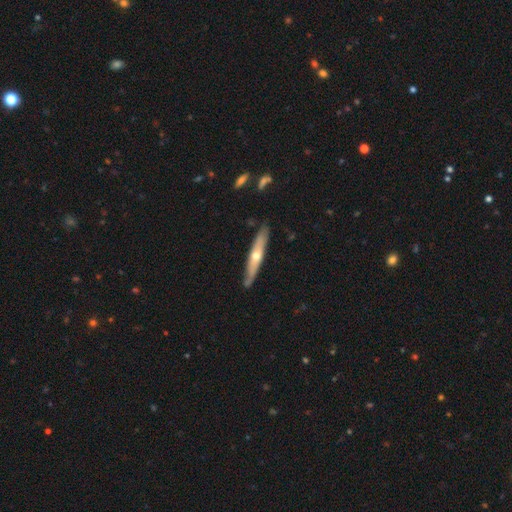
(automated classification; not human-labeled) This appears to be a featured or disk galaxy (60%) viewed edge-on (84%) with a rounded central bulge (83%). Merging: none (82%).